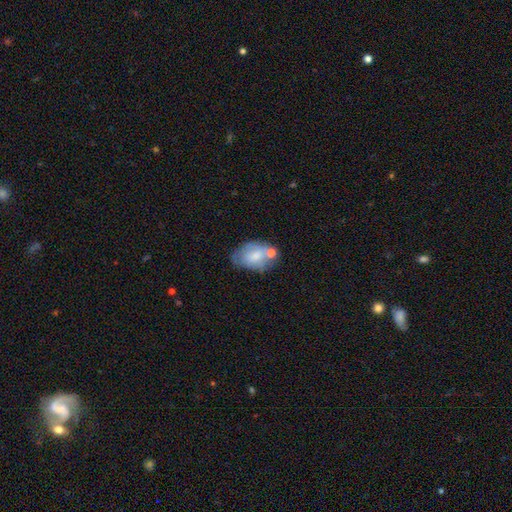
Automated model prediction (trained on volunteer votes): The model was most divided on "merging": none: 45%, minor disturbance: 26%, merger: 19%, major disturbance: 9%. More confident: how rounded — in between (85%); smooth or featured — smooth (65%).